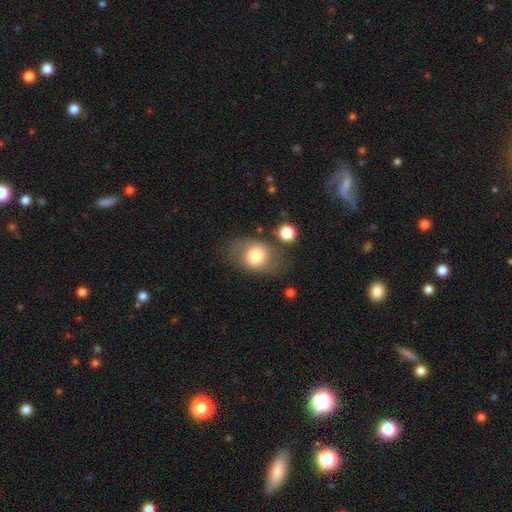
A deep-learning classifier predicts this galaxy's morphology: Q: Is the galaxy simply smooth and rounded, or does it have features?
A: smooth — 70%.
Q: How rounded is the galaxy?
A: in between — 61%.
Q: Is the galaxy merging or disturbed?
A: none — 62%.